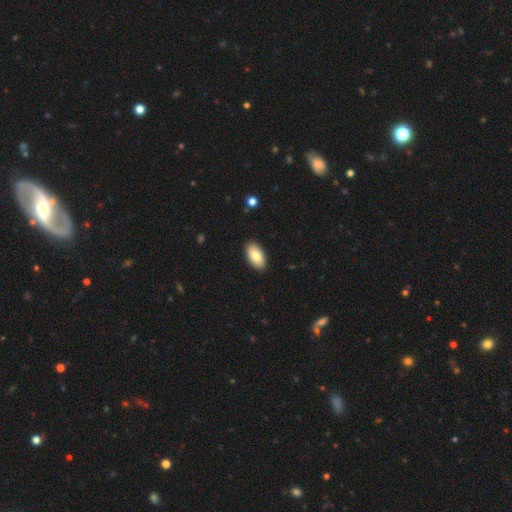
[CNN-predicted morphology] The model was most divided on "smooth or featured": smooth: 83%, featured or disk: 11%, star or artifact: 6%. More confident: how rounded — in between (95%); merging — none (90%).